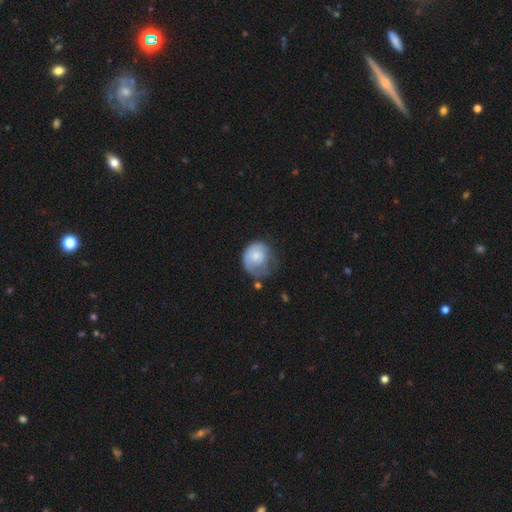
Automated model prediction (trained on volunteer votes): This appears to be a smooth galaxy with no disk features (59%) that is round (69%). Merging: minor disturbance (34%).